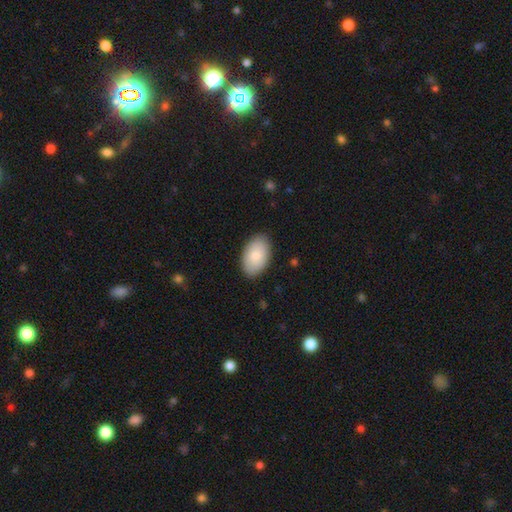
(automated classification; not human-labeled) Smooth or featured? smooth (85%)
How rounded? in between (94%)
Merging? none (87%)